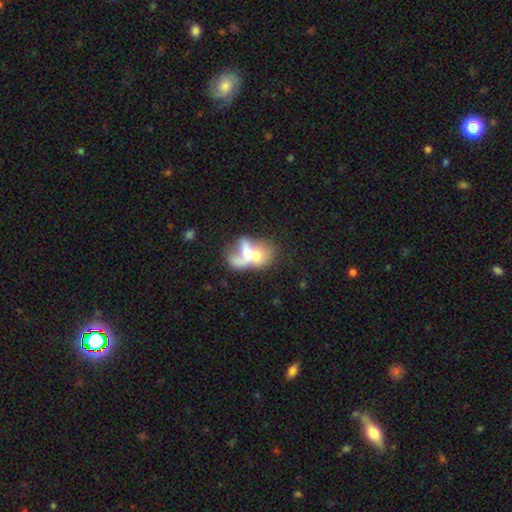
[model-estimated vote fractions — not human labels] This appears to be a featured or disk galaxy (48%). Merging: merger (69%).